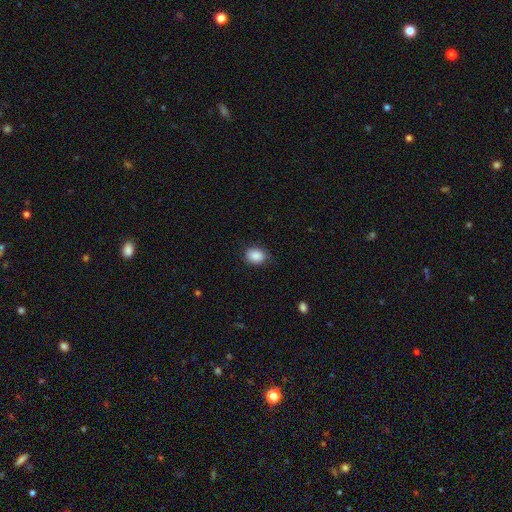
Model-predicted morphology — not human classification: Overall: smooth (88%). How rounded: in between (61%; round 38%). Merging: none (77%).